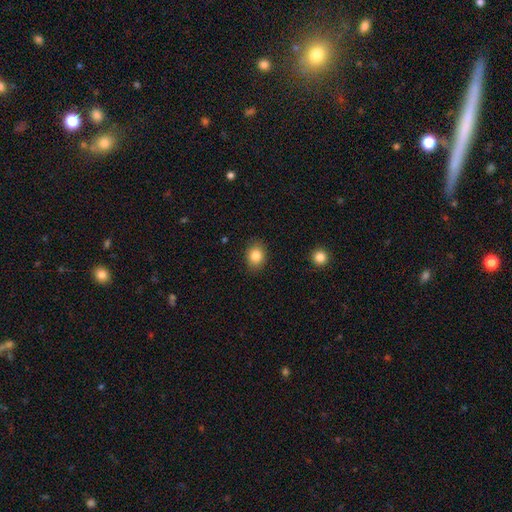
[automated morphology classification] Smooth or featured?
  - smooth: 84% *
  - star or artifact: 9%
  - featured or disk: 6%
How rounded?
  - in between: 52% *
  - round: 47%
  - cigar-shaped: 1%
Merging?
  - none: 87% *
  - minor disturbance: 9%
  - major disturbance: 2%
  - merger: 1%